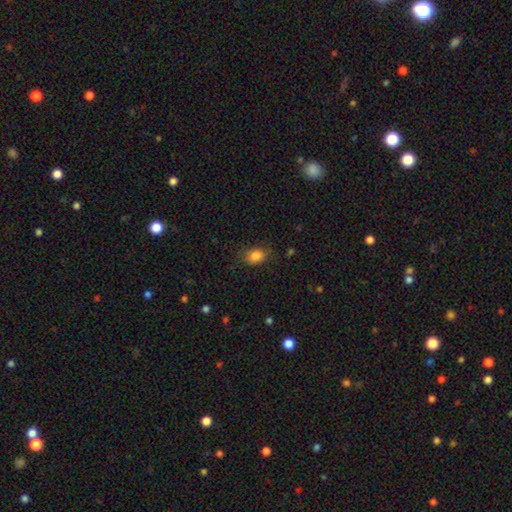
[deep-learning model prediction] The model was most divided on "how rounded": in between: 68%, round: 30%, cigar-shaped: 1%. More confident: smooth or featured — smooth (85%); merging — none (73%).